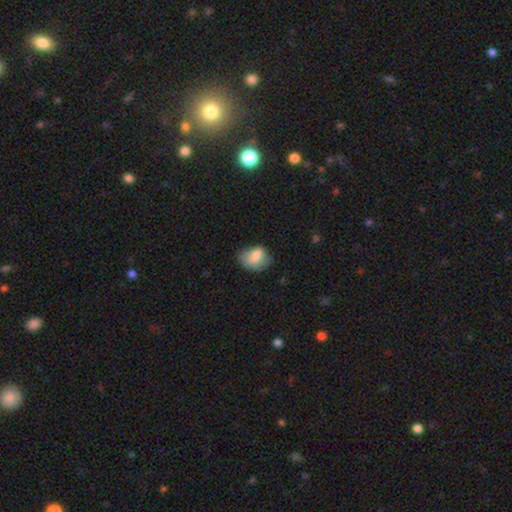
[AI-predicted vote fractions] Overall: smooth (77%). How rounded: in between (71%). Merging: none (55%; minor disturbance 33%).